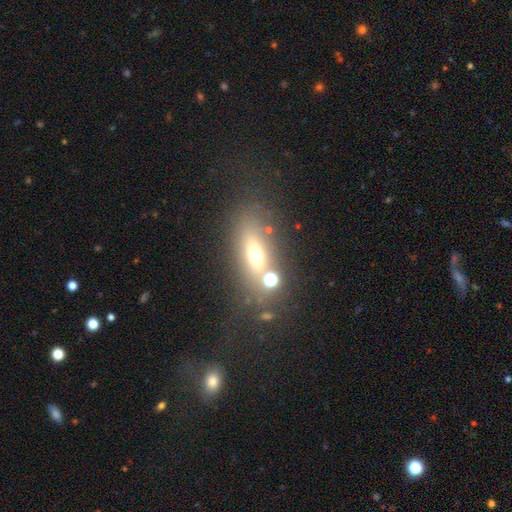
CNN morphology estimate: smooth_or_featured: smooth (p=0.54) [alt: featured or disk p=0.27]
how_rounded: in between (p=0.64) [alt: cigar-shaped p=0.23]
merging: none (p=0.63) [alt: merger p=0.15]